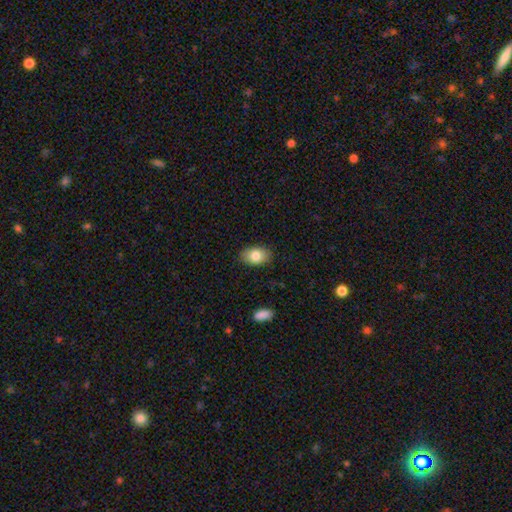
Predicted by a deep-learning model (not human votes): The model was most divided on "smooth or featured": smooth: 82%, featured or disk: 10%, star or artifact: 7%. More confident: how rounded — in between (86%); merging — none (85%).